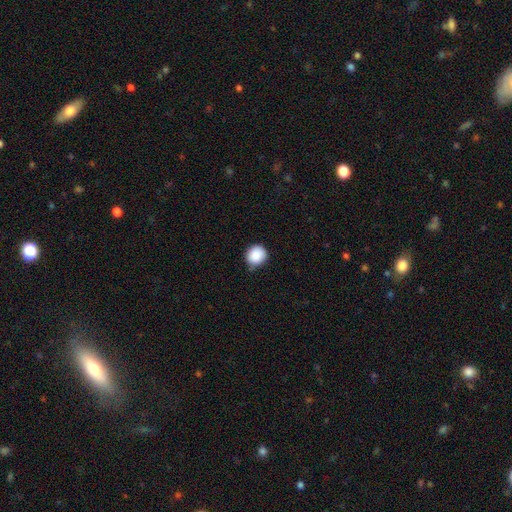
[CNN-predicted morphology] A smooth galaxy with no disk features (88%) that is round (89%).

Vote fractions:
- Smooth or featured? smooth: 88% / star or artifact: 8% / featured or disk: 3%
- How rounded? round: 89% / in between: 10% / cigar-shaped: 1%
- Merging? none: 74% / minor disturbance: 21% / major disturbance: 3% / merger: 2%